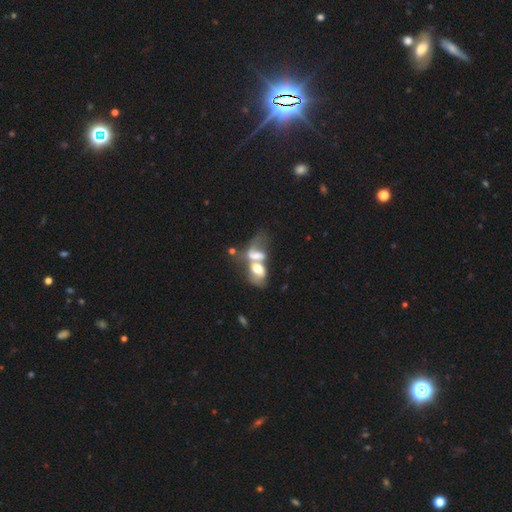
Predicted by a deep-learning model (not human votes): smooth_or_featured: smooth (p=0.46) [alt: featured or disk p=0.44]
merging: merger (p=0.76) [alt: major disturbance p=0.13]